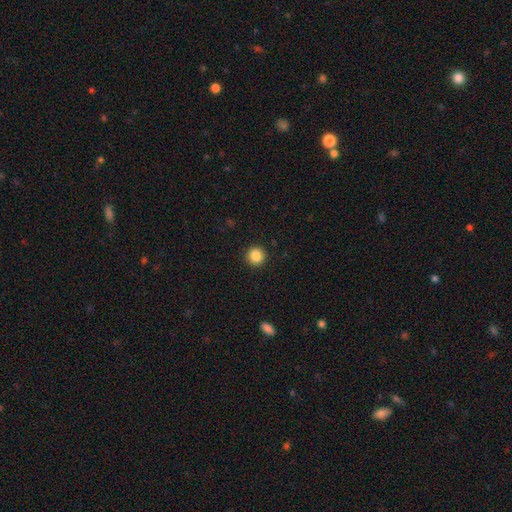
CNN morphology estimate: Smooth or featured?
  - smooth: 86% *
  - star or artifact: 10%
  - featured or disk: 4%
How rounded?
  - round: 95% *
  - in between: 4%
  - cigar-shaped: 1%
Merging?
  - none: 93% *
  - minor disturbance: 4%
  - major disturbance: 2%
  - merger: 1%